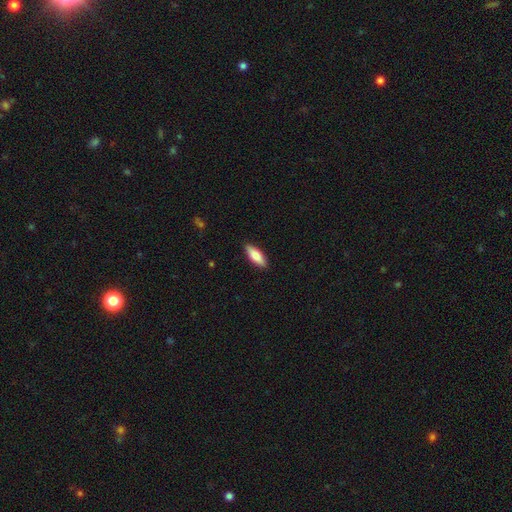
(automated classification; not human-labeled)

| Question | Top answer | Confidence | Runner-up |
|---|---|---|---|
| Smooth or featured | smooth | 79% | featured or disk (15%) |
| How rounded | in between | 67% | cigar-shaped (31%) |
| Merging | none | 89% | minor disturbance (8%) |